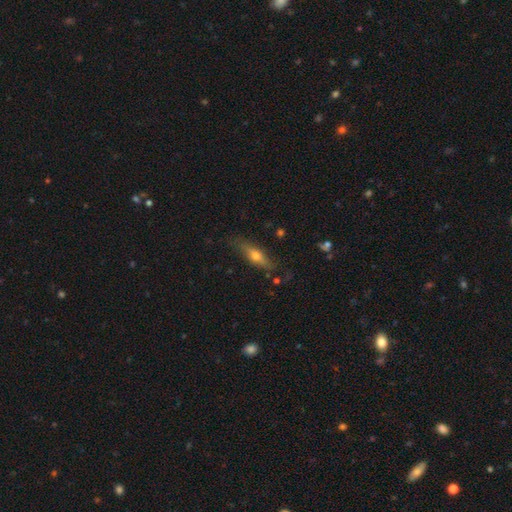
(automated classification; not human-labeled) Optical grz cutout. It shows a smooth galaxy with no disk features (47%). Merging: none (77%).